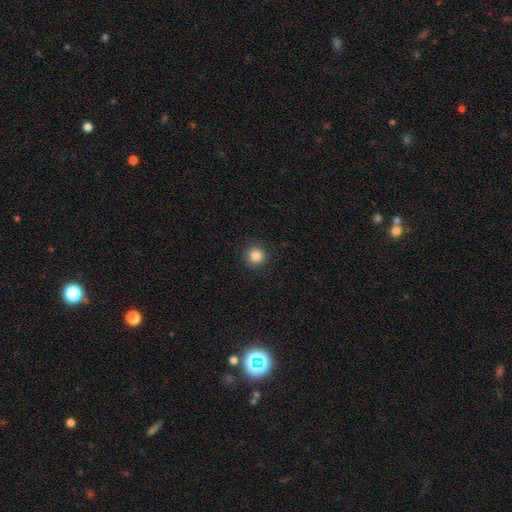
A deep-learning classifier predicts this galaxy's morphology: Q: Smooth or featured?
A: smooth (86%); runner-up: star or artifact (11%)
Q: How rounded?
A: round (92%); runner-up: in between (7%)
Q: Merging?
A: none (89%); runner-up: minor disturbance (7%)